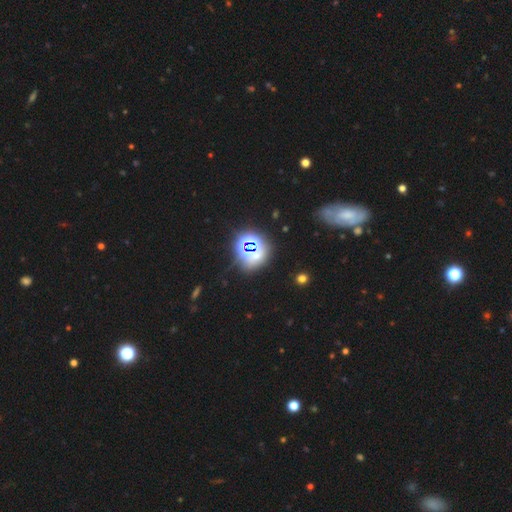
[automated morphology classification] A star or artifact, not a galaxy (72%).